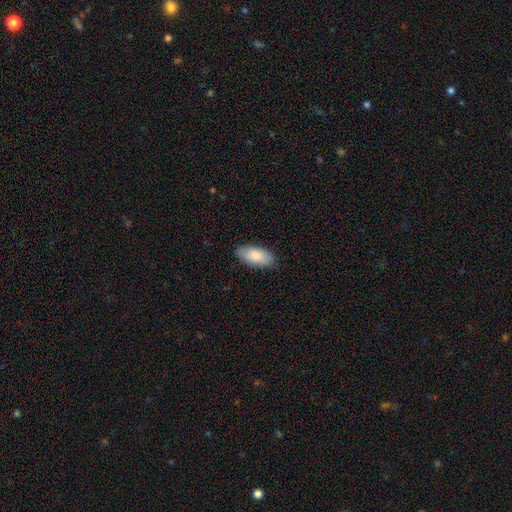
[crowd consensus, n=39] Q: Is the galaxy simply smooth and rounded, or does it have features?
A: smooth — 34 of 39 (87%).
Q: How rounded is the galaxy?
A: in between — 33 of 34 (97%).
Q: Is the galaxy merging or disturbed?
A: none — 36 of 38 (95%).